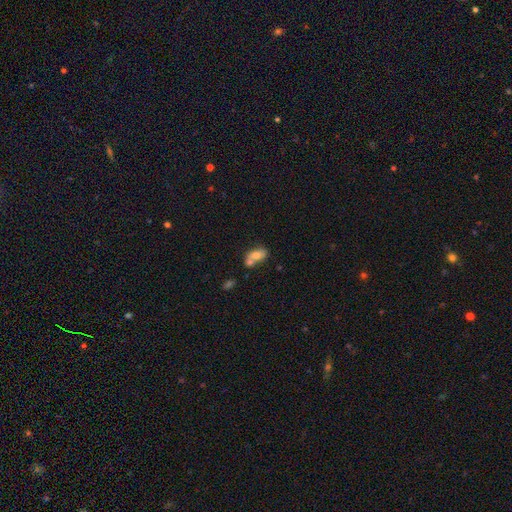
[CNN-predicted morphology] type=smooth (68%); roundness=in between (83%); merging=merger (48%).